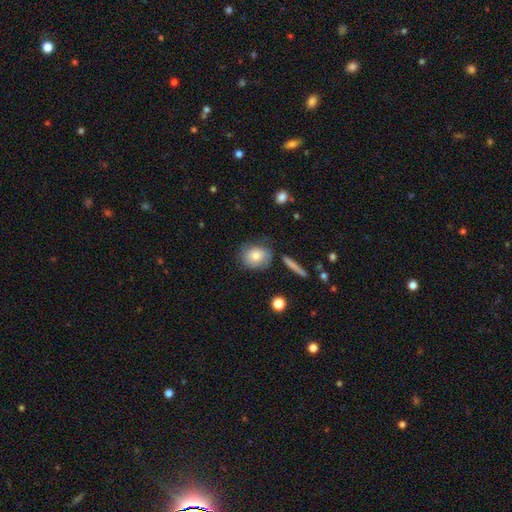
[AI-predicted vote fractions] This is likely a smooth galaxy (78%). How rounded: possibly round (56%). Merging: likely none (67%).